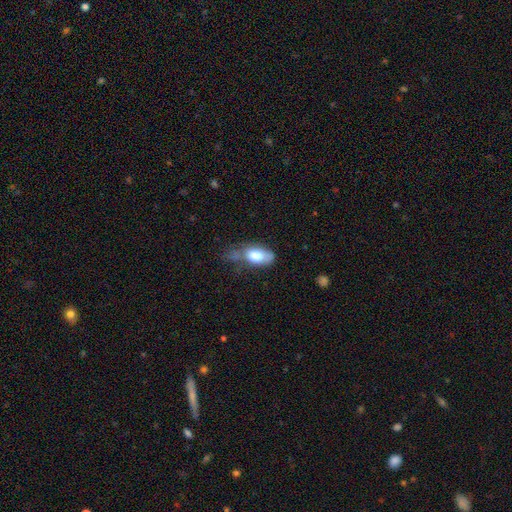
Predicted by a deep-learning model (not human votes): A smooth galaxy with no disk features (73%) that is in between round and cigar-shaped (88%).

Vote fractions:
- Smooth or featured? smooth: 73% / featured or disk: 20% / star or artifact: 7%
- How rounded? in between: 88% / round: 8% / cigar-shaped: 5%
- Merging? minor disturbance: 34% / none: 31% / major disturbance: 25% / merger: 9%